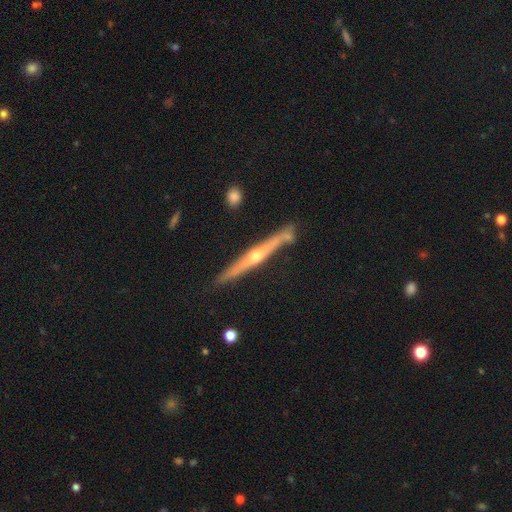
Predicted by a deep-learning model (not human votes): smooth_or_featured: featured or disk (p=0.81) [alt: smooth p=0.13]
disk_edge_on: yes (p=0.98) [alt: no p=0.02]
edge_on_bulge: rounded (p=0.87) [alt: none p=0.10]
merging: none (p=0.85) [alt: minor disturbance p=0.10]